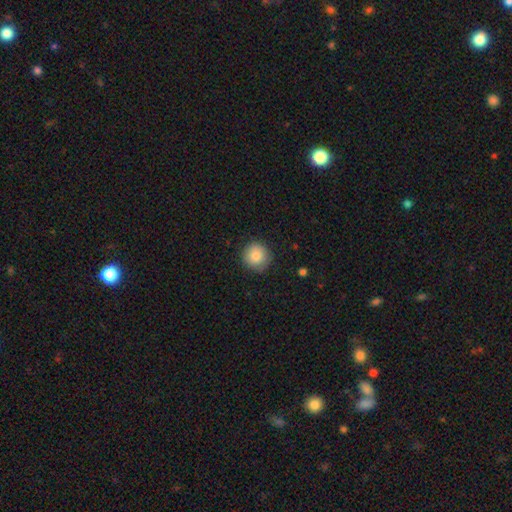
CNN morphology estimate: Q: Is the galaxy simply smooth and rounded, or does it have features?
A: smooth — 84%.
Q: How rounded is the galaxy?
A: round — 93%.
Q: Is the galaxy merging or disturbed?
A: none — 86%.